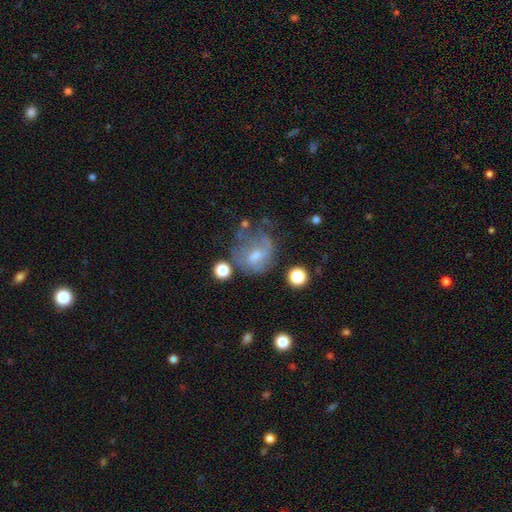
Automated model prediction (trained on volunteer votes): smooth-or-featured: featured or disk: 47% | smooth: 39% | star or artifact: 14%
  merging: none: 40% | major disturbance: 27% | minor disturbance: 25% | merger: 8%